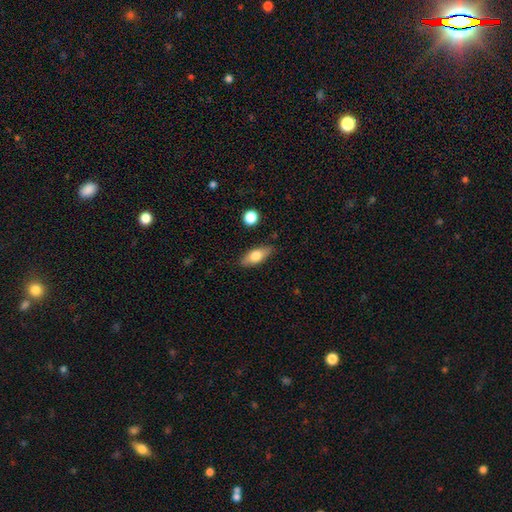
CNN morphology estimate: smooth 69%, featured or disk 24%, star or artifact 7%. Down the decision tree: how rounded — in between (76%); merging — none (82%).